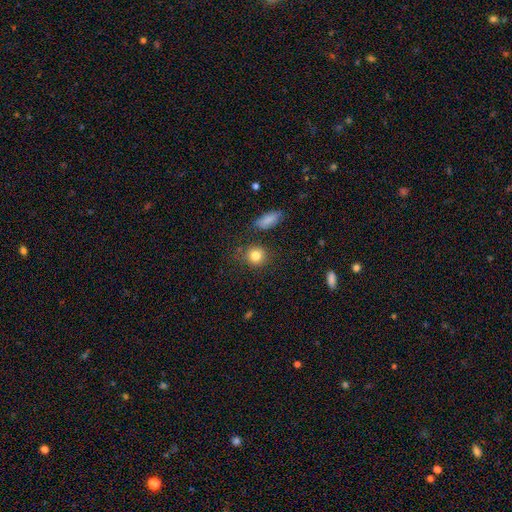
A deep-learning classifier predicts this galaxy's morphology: smooth_or_featured: smooth (p=0.82) [alt: star or artifact p=0.10]
how_rounded: round (p=0.83) [alt: in between p=0.15]
merging: none (p=0.80) [alt: minor disturbance p=0.11]